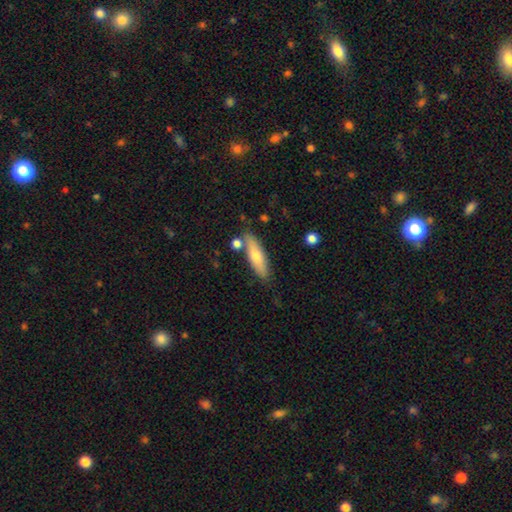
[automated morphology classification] Overall: smooth (65%; featured or disk 29%). How rounded: cigar-shaped (62%; in between 36%). Merging: none (77%).